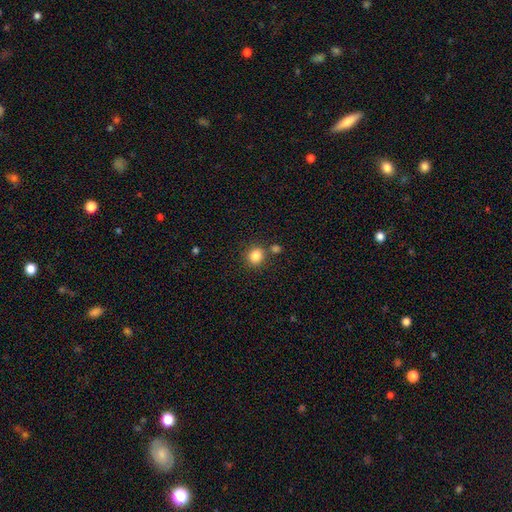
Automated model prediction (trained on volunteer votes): Overall: smooth (84%). How rounded: round (84%). Merging: none (76%).